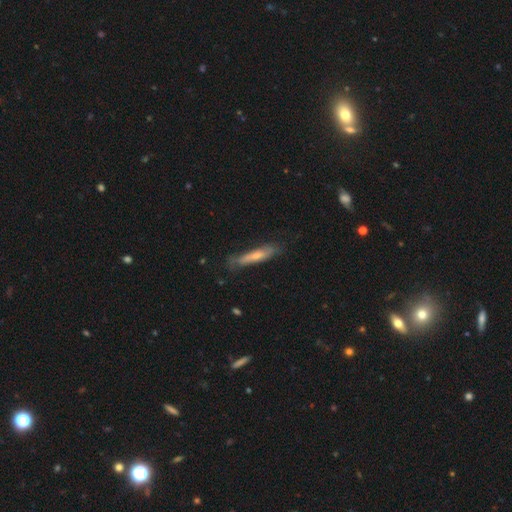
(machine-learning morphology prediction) Smooth or featured? Predicted: smooth (p=0.59). How rounded? Predicted: cigar-shaped (p=0.86). Merging? Predicted: none (p=0.65).